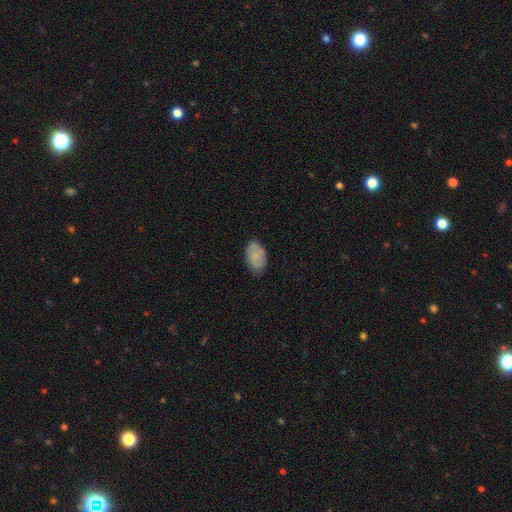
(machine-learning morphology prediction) type=smooth (71%); roundness=in between (91%); merging=none (78%).